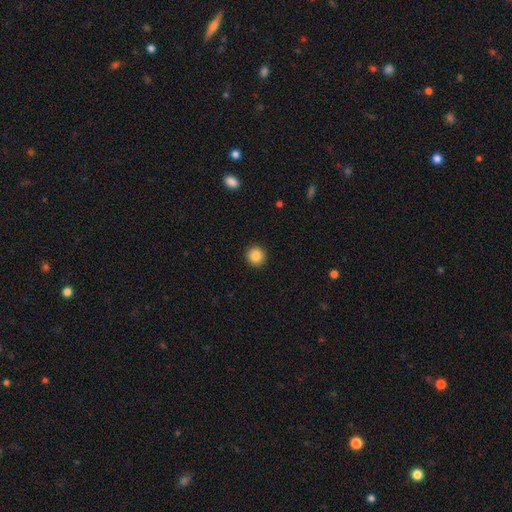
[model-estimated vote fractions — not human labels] A smooth galaxy with no disk features (86%) that is round (93%).

Vote fractions:
- Smooth or featured? smooth: 86% / star or artifact: 10% / featured or disk: 5%
- How rounded? round: 93% / in between: 6% / cigar-shaped: 1%
- Merging? none: 93% / minor disturbance: 5% / major disturbance: 2% / merger: 1%